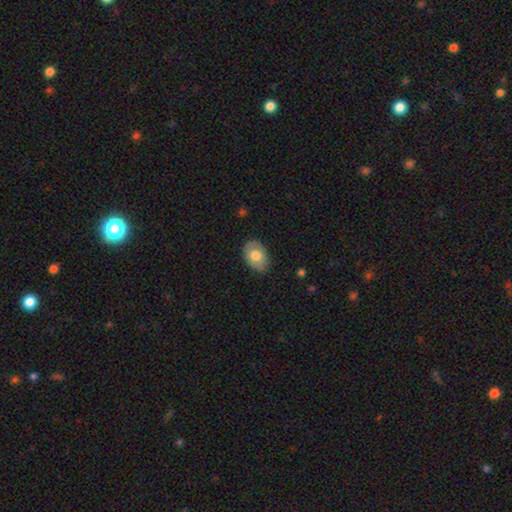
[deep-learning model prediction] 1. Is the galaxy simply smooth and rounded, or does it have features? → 72% smooth, 21% featured or disk, 6% star or artifact.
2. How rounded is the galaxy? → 85% in between, 14% round, 1% cigar-shaped.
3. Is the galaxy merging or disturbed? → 82% none, 14% minor disturbance, 3% major disturbance, 1% merger.